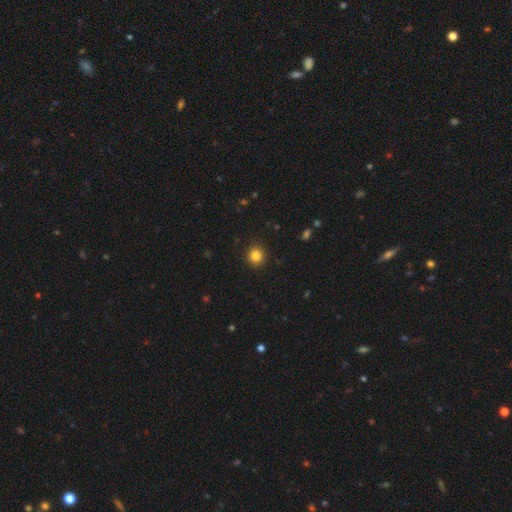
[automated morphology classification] smooth_or_featured: smooth (p=0.84) [alt: star or artifact p=0.11]
how_rounded: round (p=0.87) [alt: in between p=0.12]
merging: none (p=0.91) [alt: minor disturbance p=0.06]